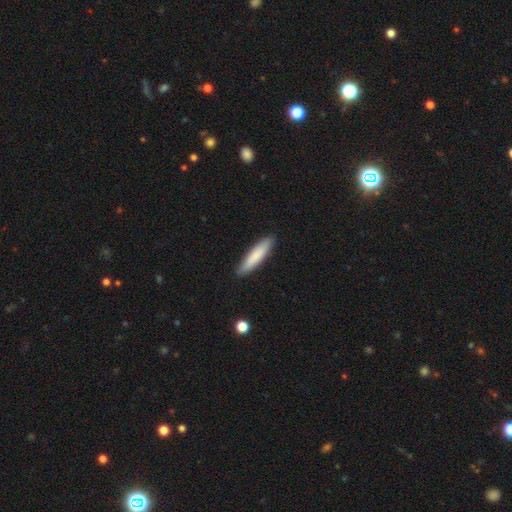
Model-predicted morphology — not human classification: smooth-or-featured: smooth: 80% | featured or disk: 15% | star or artifact: 5%
  how-rounded: cigar-shaped: 81% | in between: 18% | round: 1%
  merging: none: 89% | minor disturbance: 9% | major disturbance: 2% | merger: 1%